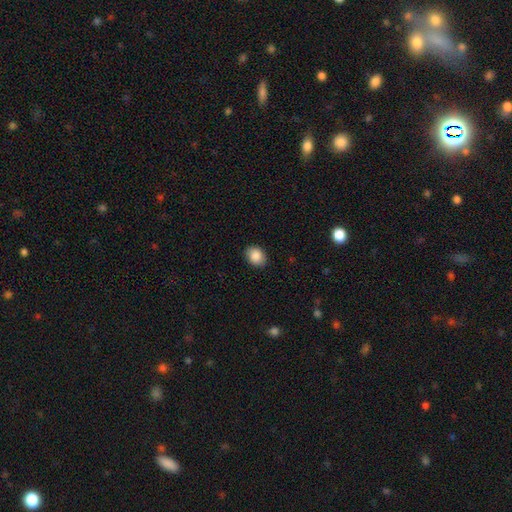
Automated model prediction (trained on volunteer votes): This appears to be a smooth galaxy with no disk features (88%) that is in between round and cigar-shaped (57%). Merging: none (87%).